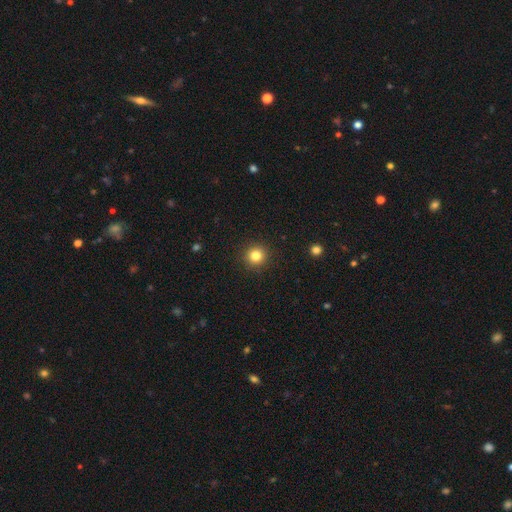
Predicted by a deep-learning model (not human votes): Smooth or featured? Predicted: smooth (p=0.83). How rounded? Predicted: round (p=0.94). Merging? Predicted: none (p=0.92).